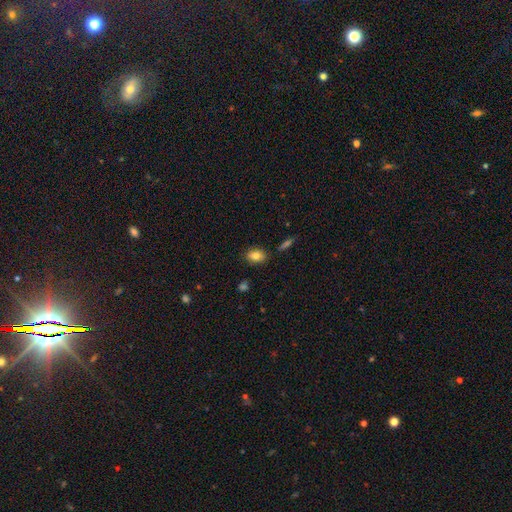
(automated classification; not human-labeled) This is clearly a smooth galaxy (82%). How rounded: clearly in between (80%). Merging: clearly none (84%).